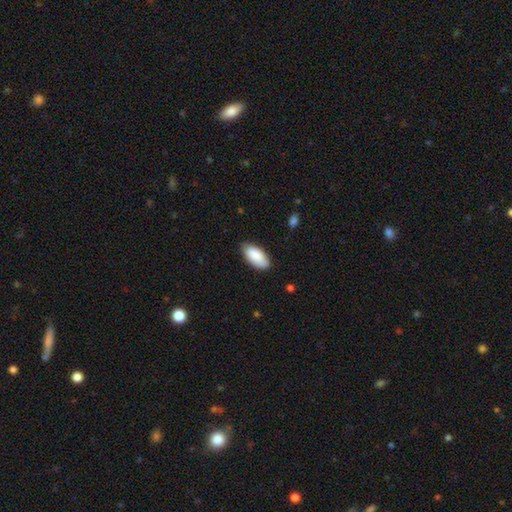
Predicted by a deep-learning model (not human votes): Smooth or featured? Predicted: smooth (p=0.89). How rounded? Predicted: in between (p=0.92). Merging? Predicted: none (p=0.84).